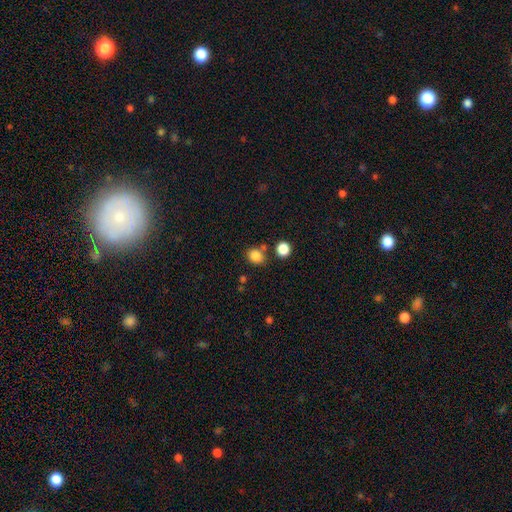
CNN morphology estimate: This appears to be a smooth galaxy with no disk features (84%) that is round (60%). Merging: none (70%).